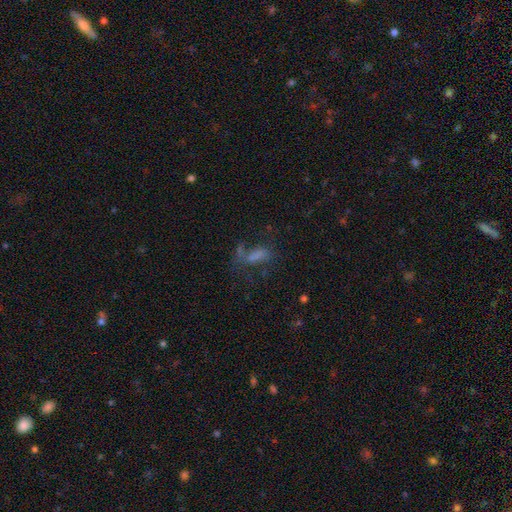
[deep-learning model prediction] The model was most divided on "merging": none: 40%, major disturbance: 30%, minor disturbance: 18%, merger: 12%. Remaining: smooth or featured — smooth (46%).